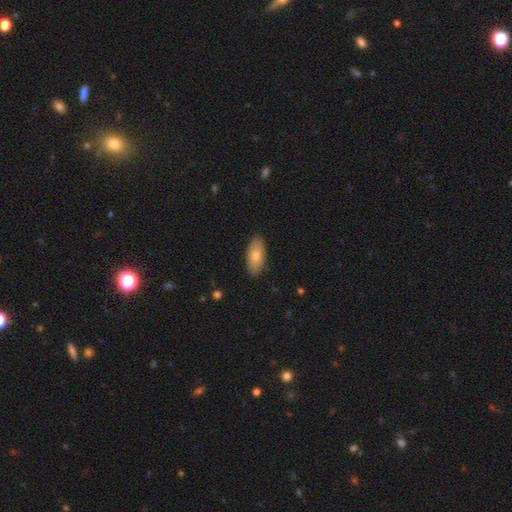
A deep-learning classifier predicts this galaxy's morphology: The model was most divided on "smooth or featured": smooth: 77%, featured or disk: 17%, star or artifact: 6%. More confident: merging — none (88%); how rounded — in between (87%).